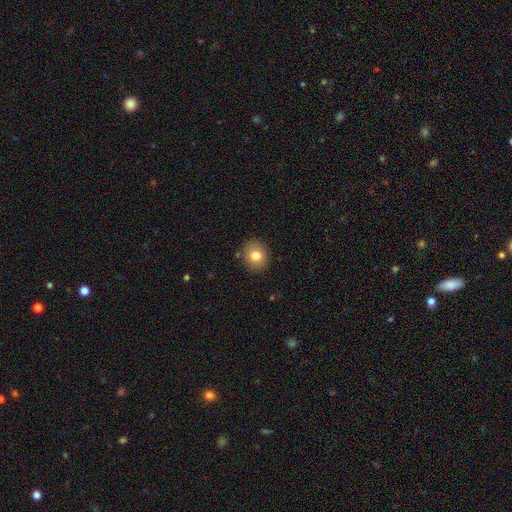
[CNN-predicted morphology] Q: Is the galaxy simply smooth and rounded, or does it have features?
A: smooth — 79%.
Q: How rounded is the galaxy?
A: round — 74%.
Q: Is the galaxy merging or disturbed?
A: none — 87%.